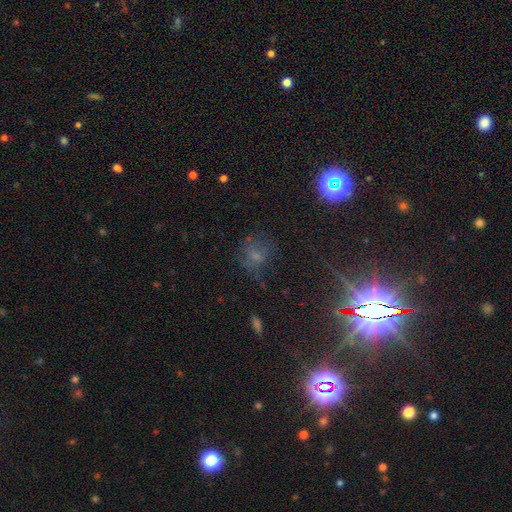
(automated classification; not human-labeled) Smooth or featured: smooth — 40% (star or artifact — 36%)
Merging: none — 58% (minor disturbance — 21%)